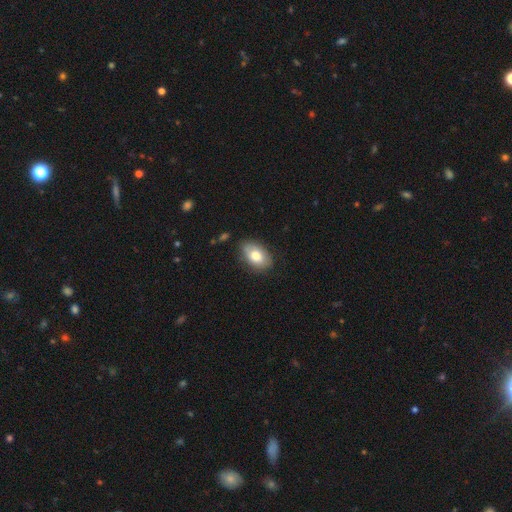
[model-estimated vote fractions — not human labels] smooth 76%, featured or disk 17%, star or artifact 7%. Down the decision tree: how rounded — in between (89%); merging — none (79%).